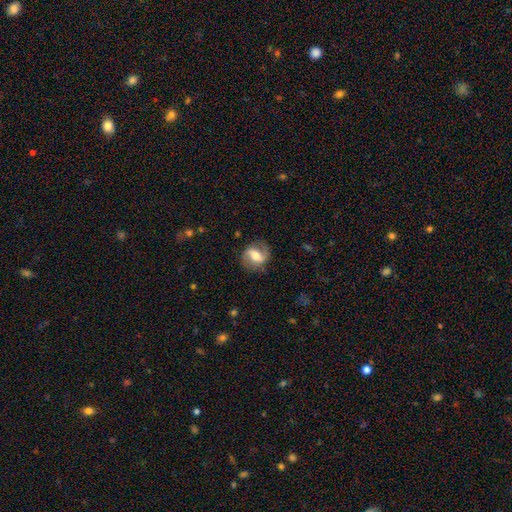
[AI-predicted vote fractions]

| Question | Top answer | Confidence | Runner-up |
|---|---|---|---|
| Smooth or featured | featured or disk | 70% | smooth (23%) |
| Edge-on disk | no | 96% | yes (4%) |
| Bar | strong | 42% | weak (40%) |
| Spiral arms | yes | 84% | no (16%) |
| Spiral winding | loose | 44% | medium (39%) |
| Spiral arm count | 2 | 88% | can't tell (5%) |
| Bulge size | moderate | 63% | small (19%) |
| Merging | none | 80% | minor disturbance (13%) |